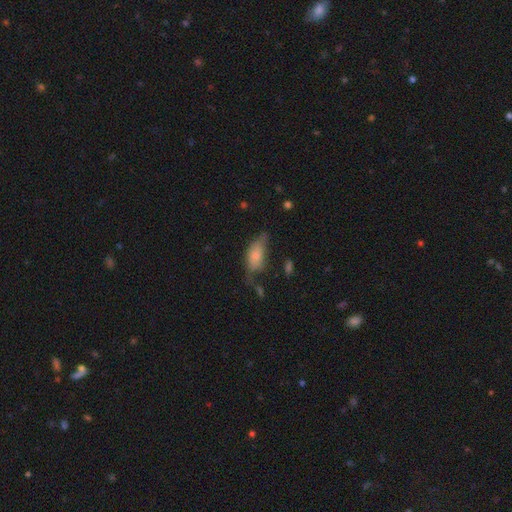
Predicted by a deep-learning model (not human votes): Smooth or featured?
  - smooth: 76% *
  - featured or disk: 16%
  - star or artifact: 8%
How rounded?
  - in between: 83% *
  - cigar-shaped: 14%
  - round: 3%
Merging?
  - none: 38% *
  - minor disturbance: 37%
  - major disturbance: 20%
  - merger: 5%